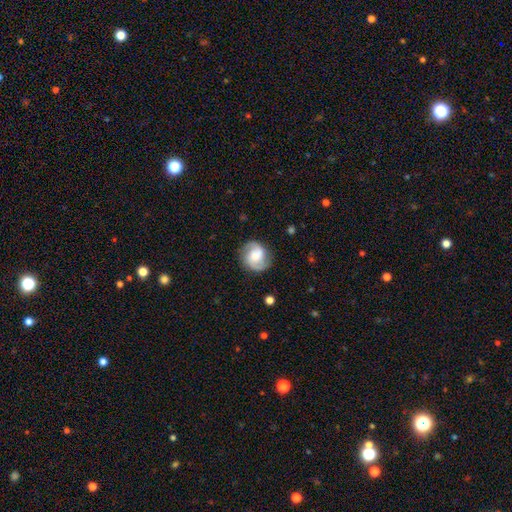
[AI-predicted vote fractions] This is likely a featured or disk galaxy (68%). It is clearly not viewed edge-on (98%). Bar: possibly no (48%). Spiral arm pattern: clearly yes (94%). Spiral arm count: clearly 2 (88%). Spiral winding: possibly medium (47%). Central bulge: marginally moderate (42%). Merging: likely none (79%).